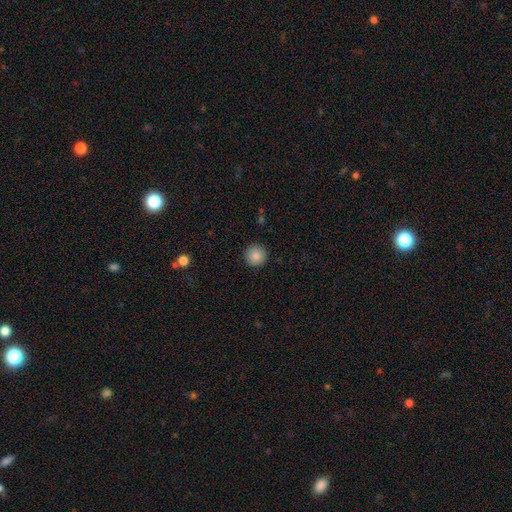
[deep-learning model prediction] The model was most divided on "smooth or featured": smooth: 87%, star or artifact: 9%, featured or disk: 4%. More confident: how rounded — round (95%); merging — none (92%).